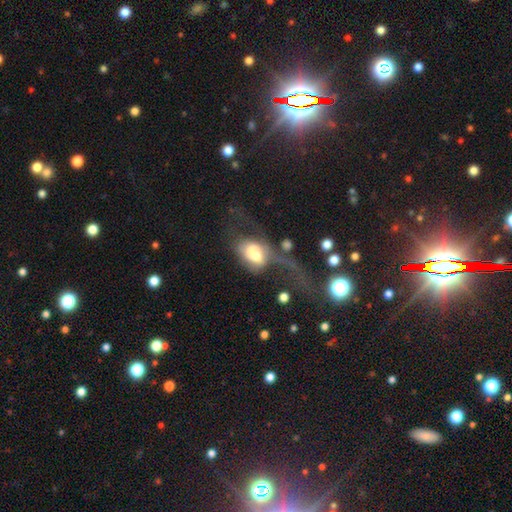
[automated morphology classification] Smooth or featured: smooth — 57% (featured or disk — 35%)
How rounded: in between — 80% (round — 18%)
Merging: major disturbance — 56% (merger — 18%)